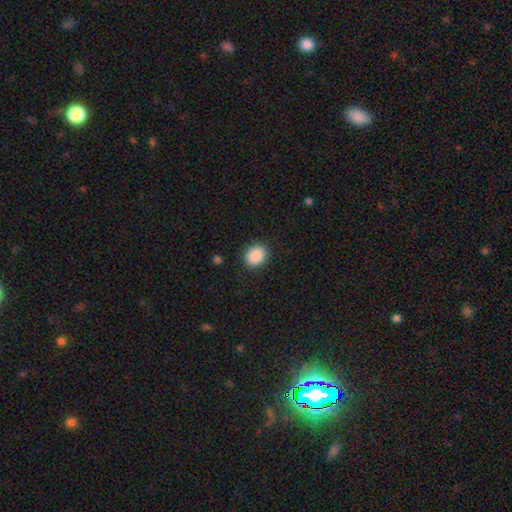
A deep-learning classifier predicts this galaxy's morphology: Smooth or featured? Predicted: smooth (p=0.89). How rounded? Predicted: round (p=0.52). Merging? Predicted: none (p=0.88).